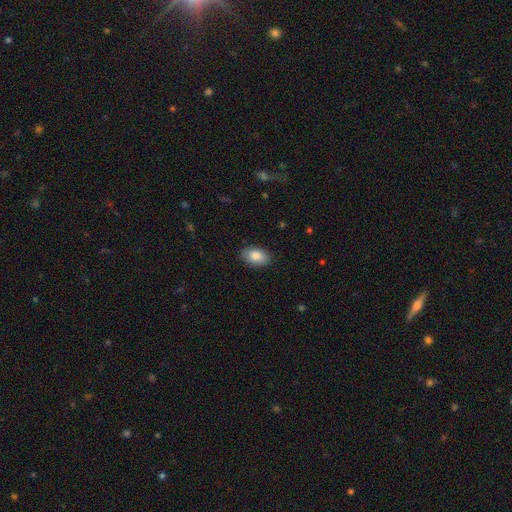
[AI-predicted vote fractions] Q: Smooth or featured?
A: smooth (86%); runner-up: featured or disk (7%)
Q: How rounded?
A: in between (92%); runner-up: round (7%)
Q: Merging?
A: none (88%); runner-up: minor disturbance (9%)